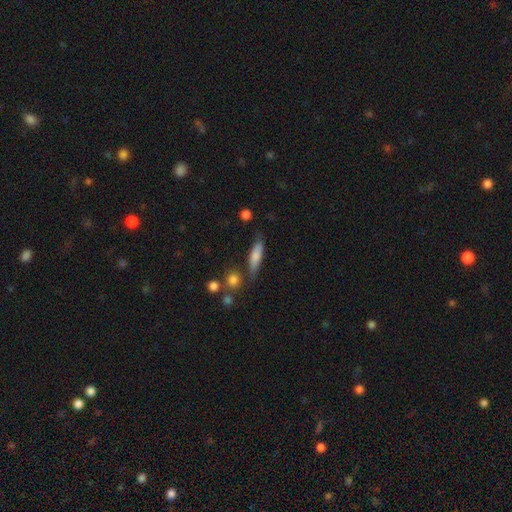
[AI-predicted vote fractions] The model was most divided on "how rounded": cigar-shaped: 68%, in between: 29%, round: 3%. More confident: smooth or featured — smooth (75%); merging — none (70%).